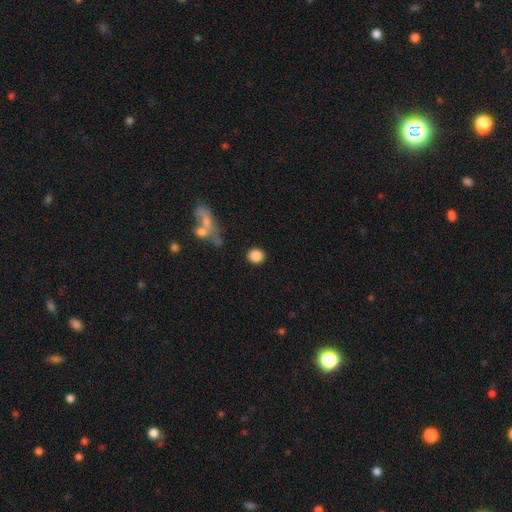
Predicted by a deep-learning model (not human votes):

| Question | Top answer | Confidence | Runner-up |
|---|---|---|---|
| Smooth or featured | smooth | 86% | star or artifact (9%) |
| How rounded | round | 86% | in between (12%) |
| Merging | none | 86% | minor disturbance (7%) |